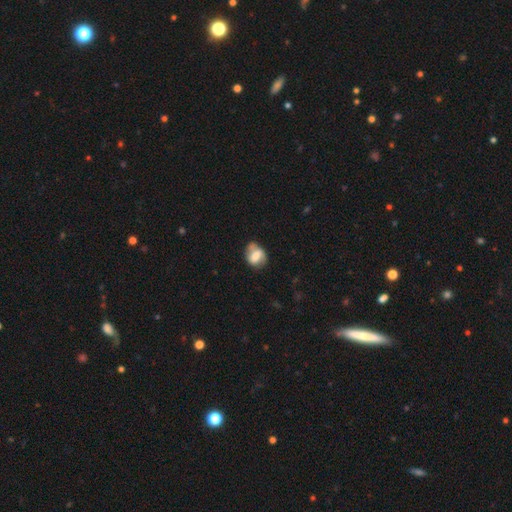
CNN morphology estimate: A smooth galaxy with no disk features (59%) that is in between round and cigar-shaped (54%). Merging: none (47%).